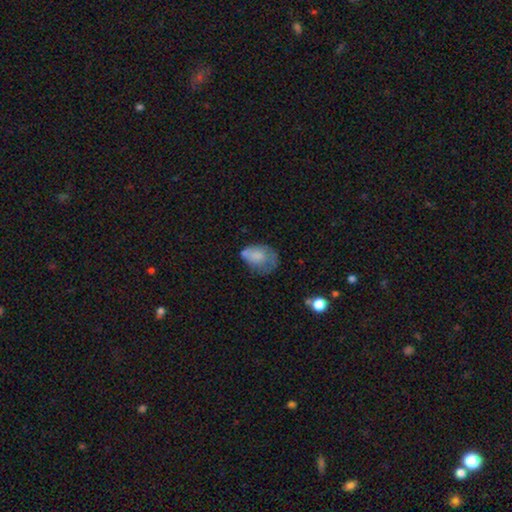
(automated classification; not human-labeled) Smooth or featured: smooth — 69% (featured or disk — 22%)
How rounded: in between — 72% (round — 27%)
Merging: none — 33% (minor disturbance — 32%)